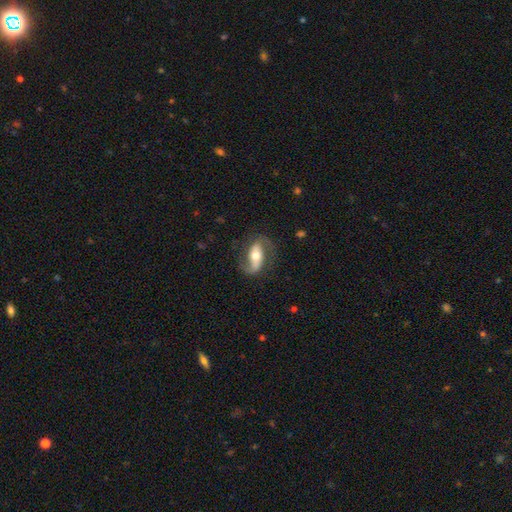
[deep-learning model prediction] Smooth or featured: featured or disk — 75% (smooth — 20%)
Edge-on disk: no — 92% (yes — 8%)
Bar: strong — 44% (no — 28%)
Spiral arms: yes — 89% (no — 11%)
Spiral winding: loose — 45% (medium — 40%)
Spiral arm count: 2 — 84% (1 — 9%)
Bulge size: moderate — 67% (small — 16%)
Merging: none — 72% (minor disturbance — 16%)